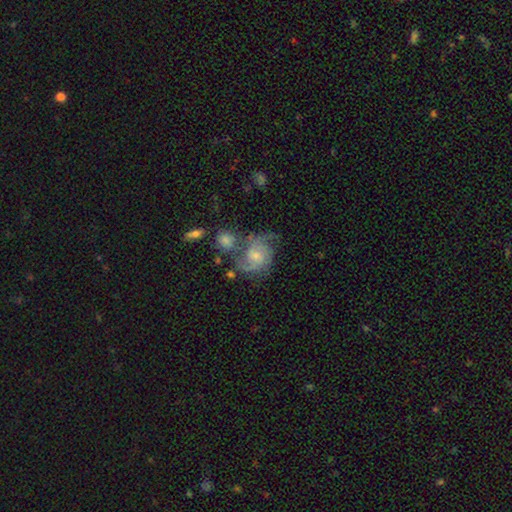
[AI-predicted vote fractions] A featured or disk galaxy (79%) with no bar (63%), 2 (56%) medium (49%) spiral arms (94%) and a small central bulge (48%). Merging: none (52%).